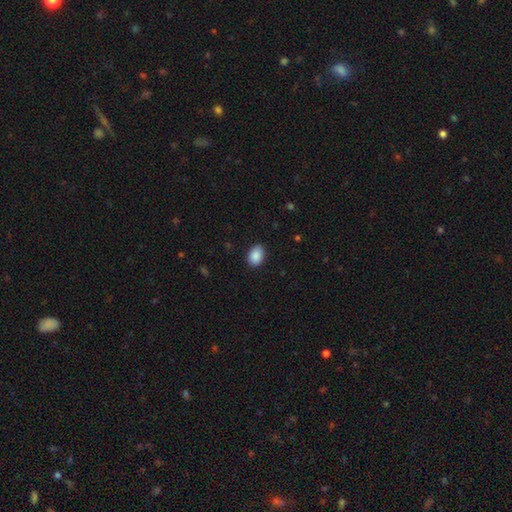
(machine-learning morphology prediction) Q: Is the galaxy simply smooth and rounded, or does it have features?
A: smooth — 90%.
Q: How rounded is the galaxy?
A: in between — 81%.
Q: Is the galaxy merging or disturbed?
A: none — 87%.